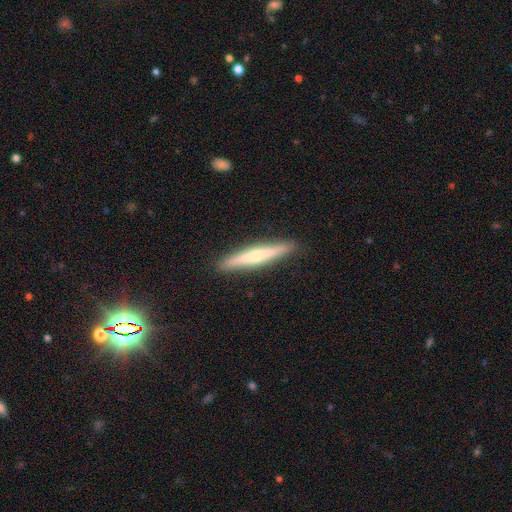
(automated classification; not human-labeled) Smooth or featured? featured or disk (56%)
Edge-on disk? yes (95%)
Edge-on bulge? rounded (72%)
Merging? none (90%)